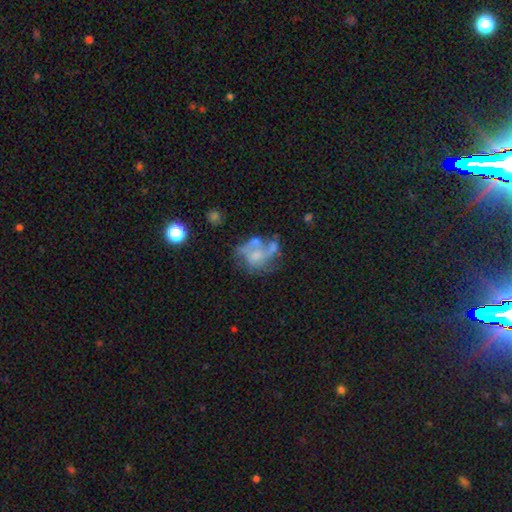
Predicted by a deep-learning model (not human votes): Morphology: type=featured or disk (60%); edge-on=no (98%); bar=no (79%); spiral arms=no (62%); bulge=none (33%); merging=none (32%).